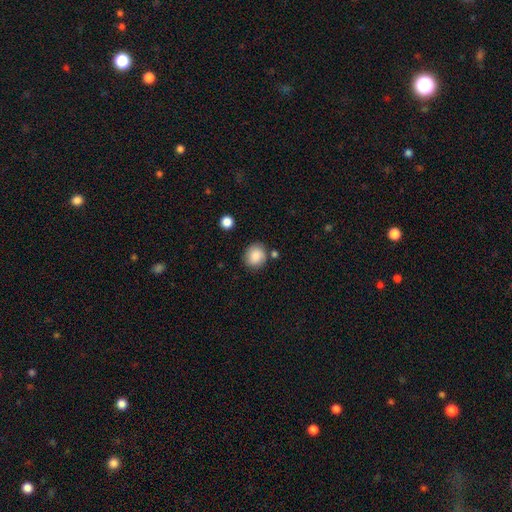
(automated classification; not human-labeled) A smooth galaxy with no disk features (85%) that is round (80%). Merging: none (78%).